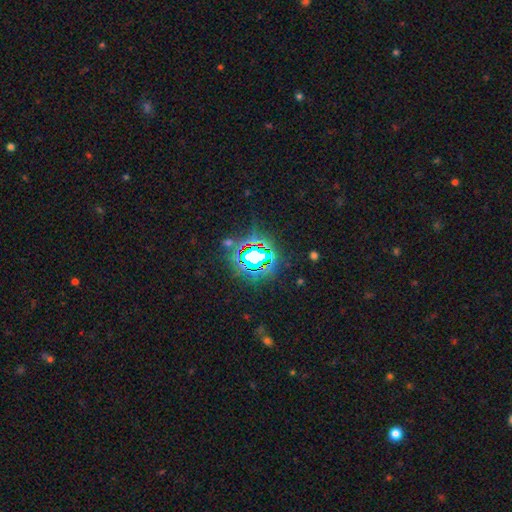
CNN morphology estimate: The model was most divided on "smooth or featured": star or artifact: 76%, smooth: 14%, featured or disk: 10%.